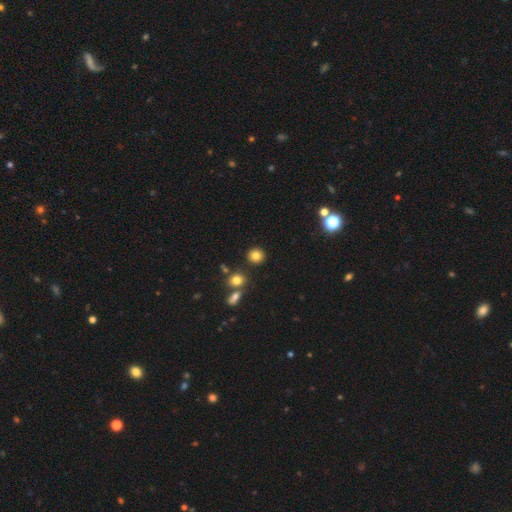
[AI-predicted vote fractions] Smooth or featured? smooth (81%)
How rounded? round (89%)
Merging? none (86%)